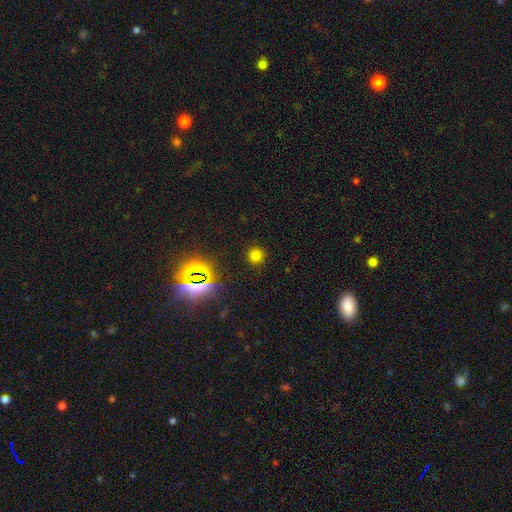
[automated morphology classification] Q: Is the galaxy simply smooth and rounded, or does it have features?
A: smooth — 72%.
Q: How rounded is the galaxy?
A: round — 93%.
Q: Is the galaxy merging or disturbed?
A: none — 90%.